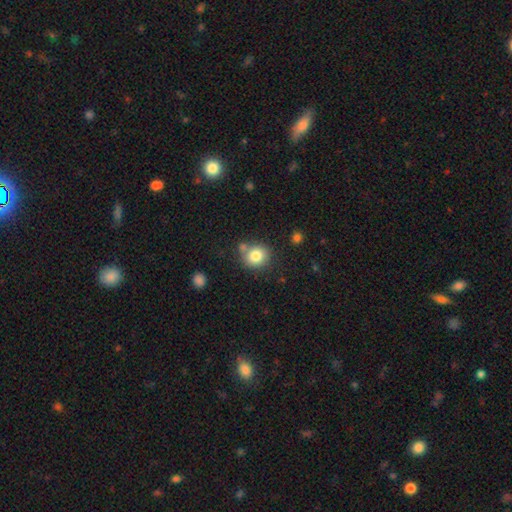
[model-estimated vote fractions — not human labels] This is clearly a smooth galaxy (81%). How rounded: clearly round (84%). Merging: likely none (71%).